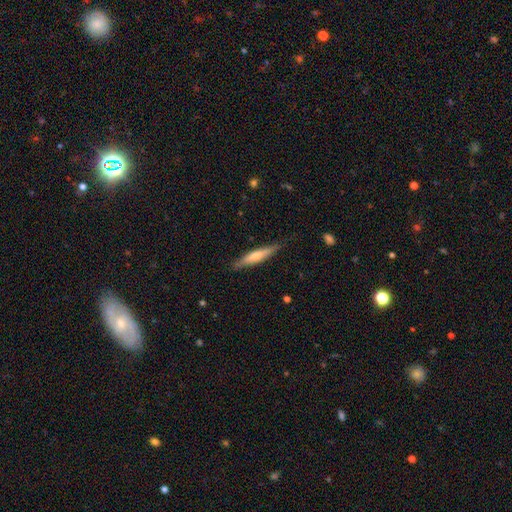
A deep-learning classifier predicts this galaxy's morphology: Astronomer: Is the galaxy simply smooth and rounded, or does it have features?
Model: featured or disk — 51% (runner-up: smooth, 42%).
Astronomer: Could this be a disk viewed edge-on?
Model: yes — 93%.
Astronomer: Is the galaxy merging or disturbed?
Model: none — 85%.